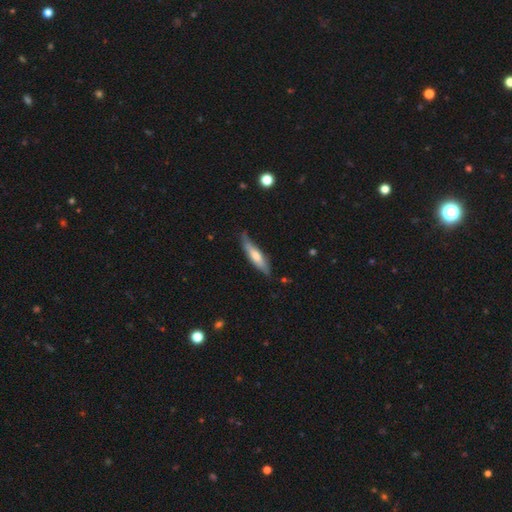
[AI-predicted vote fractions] This is possibly a smooth galaxy (53%). How rounded: likely cigar-shaped (78%). Merging: likely none (72%).